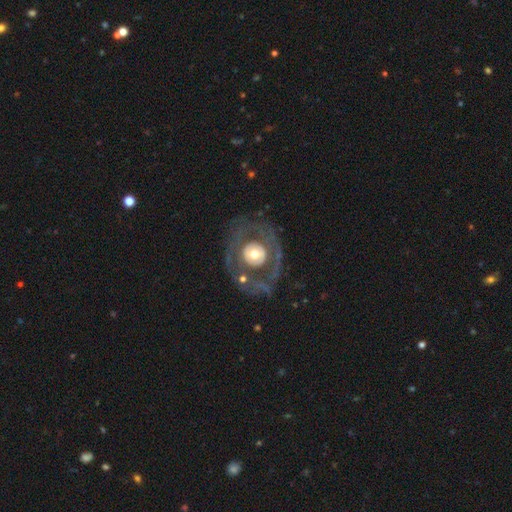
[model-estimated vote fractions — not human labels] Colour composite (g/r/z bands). It shows a featured or disk galaxy (67%) with no bar (84%), no spiral arms (69%) and a moderate central bulge (58%). Merging: none (69%).